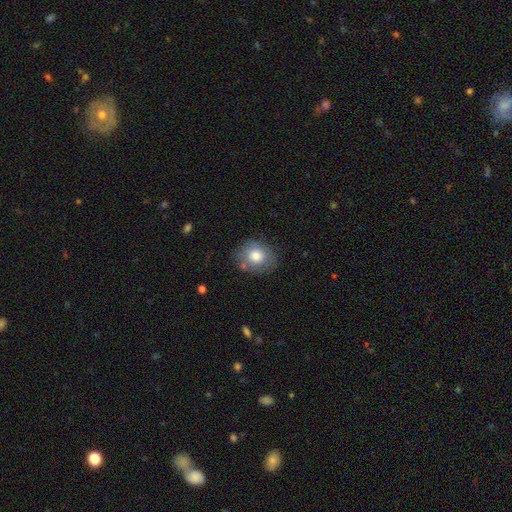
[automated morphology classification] Q: Smooth or featured?
A: smooth (74%); runner-up: featured or disk (18%)
Q: How rounded?
A: round (70%); runner-up: in between (29%)
Q: Merging?
A: none (71%); runner-up: minor disturbance (19%)